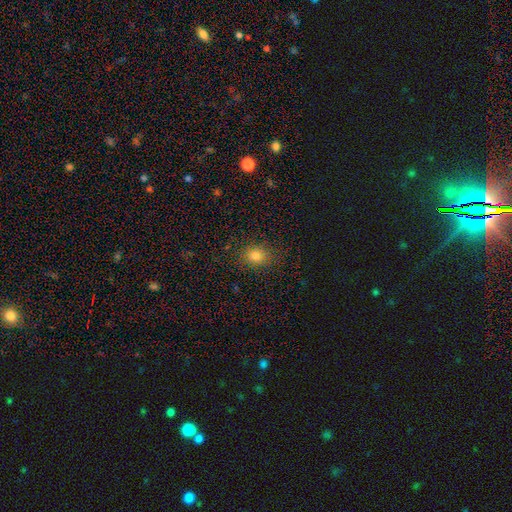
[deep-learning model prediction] Smooth or featured?
  - smooth: 80% *
  - star or artifact: 15%
  - featured or disk: 6%
How rounded?
  - round: 62% *
  - in between: 37%
  - cigar-shaped: 1%
Merging?
  - none: 85% *
  - minor disturbance: 10%
  - major disturbance: 3%
  - merger: 1%